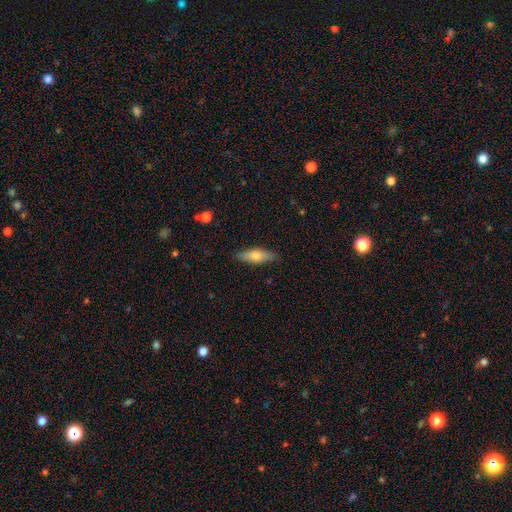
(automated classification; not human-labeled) smooth 69%, featured or disk 25%, star or artifact 6%. Down the decision tree: how rounded — in between (57%); merging — none (87%).